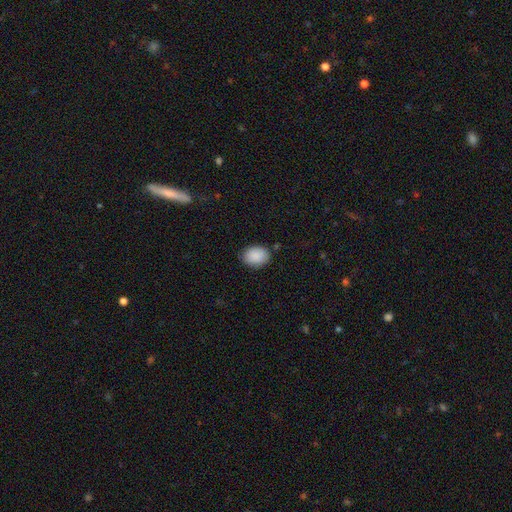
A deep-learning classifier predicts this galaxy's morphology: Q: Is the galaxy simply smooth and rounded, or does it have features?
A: smooth — 90%.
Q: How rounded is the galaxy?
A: in between — 72%.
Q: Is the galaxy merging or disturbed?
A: none — 83%.